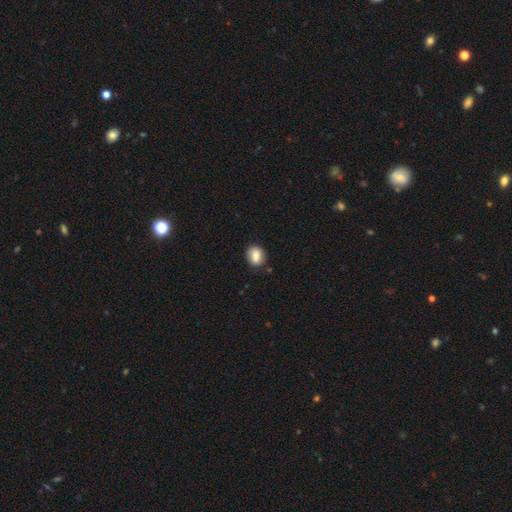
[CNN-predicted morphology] Smooth or featured? Predicted: smooth (p=0.79). How rounded? Predicted: round (p=0.55). Merging? Predicted: none (p=0.83).